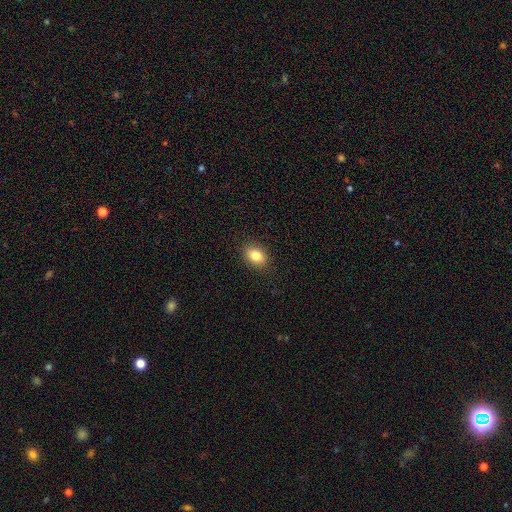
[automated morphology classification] This appears to be a smooth galaxy with no disk features (84%) that is in between round and cigar-shaped (77%). Merging: none (89%).